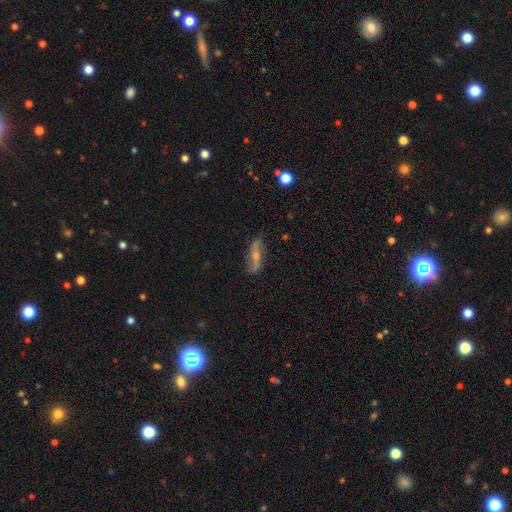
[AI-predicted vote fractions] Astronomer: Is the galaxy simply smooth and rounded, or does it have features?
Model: featured or disk — 74%.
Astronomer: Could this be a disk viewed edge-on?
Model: no — 82%.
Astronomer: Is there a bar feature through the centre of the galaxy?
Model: no — 46% (runner-up: weak, 30%).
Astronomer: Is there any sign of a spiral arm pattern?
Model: yes — 90%.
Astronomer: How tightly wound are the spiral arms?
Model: loose — 81%.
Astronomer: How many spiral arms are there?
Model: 2 — 91%.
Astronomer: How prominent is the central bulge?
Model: moderate — 47% (runner-up: small, 46%).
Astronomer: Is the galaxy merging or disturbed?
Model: none — 76%.